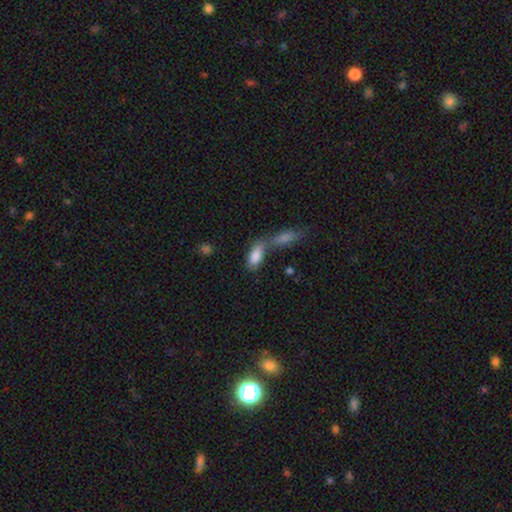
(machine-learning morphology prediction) Q: Smooth or featured?
A: smooth (84%); runner-up: featured or disk (9%)
Q: How rounded?
A: in between (86%); runner-up: cigar-shaped (11%)
Q: Merging?
A: merger (48%); runner-up: none (35%)